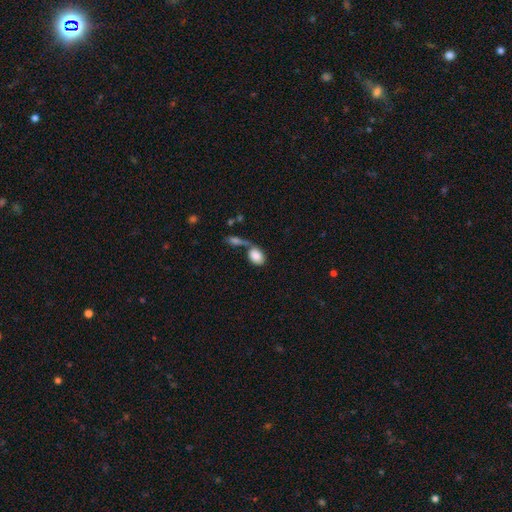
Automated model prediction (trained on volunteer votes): smooth-or-featured: smooth: 85% | featured or disk: 8% | star or artifact: 7%
  how-rounded: in between: 77% | round: 21% | cigar-shaped: 2%
  merging: none: 40% | merger: 39% | minor disturbance: 13% | major disturbance: 8%